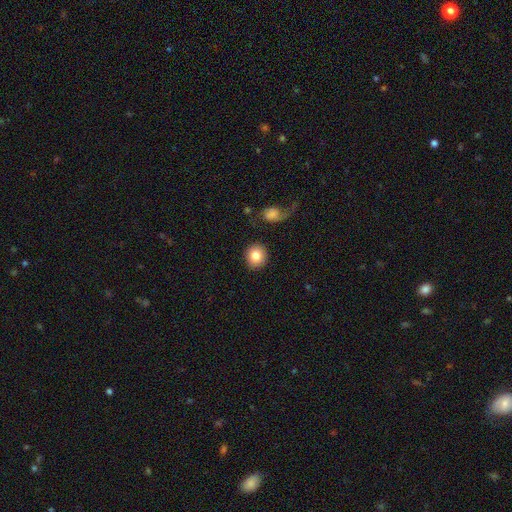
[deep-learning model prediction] Smooth or featured? Predicted: smooth (p=0.83). How rounded? Predicted: round (p=0.83). Merging? Predicted: none (p=0.85).